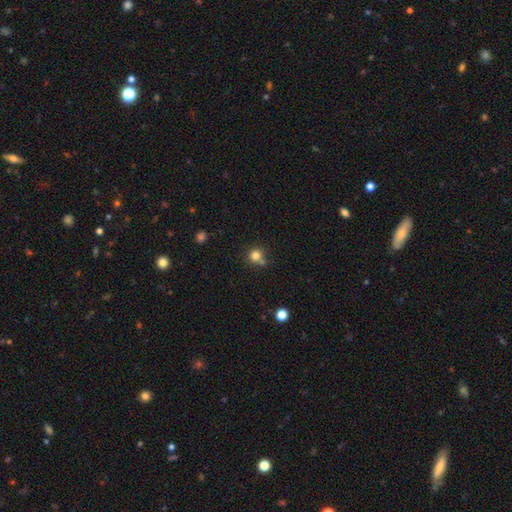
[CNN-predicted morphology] The model was most divided on "merging": none: 63%, merger: 24%, minor disturbance: 10%, major disturbance: 3%. More confident: how rounded — round (90%); smooth or featured — smooth (80%).